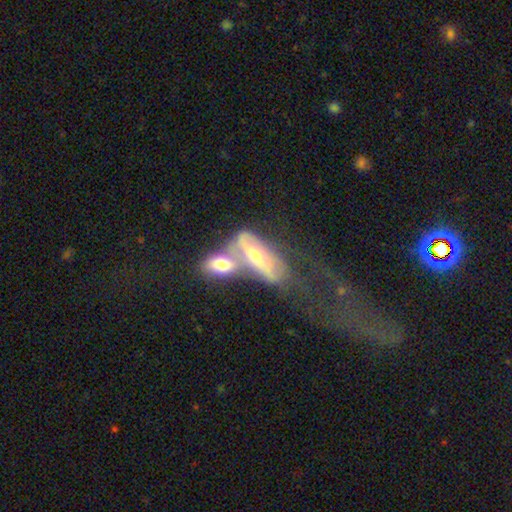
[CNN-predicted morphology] Smooth or featured?
  - featured or disk: 53% *
  - smooth: 39%
  - star or artifact: 8%
Edge-on disk?
  - no: 74% *
  - yes: 26%
Merging?
  - merger: 63% *
  - none: 16%
  - major disturbance: 12%
  - minor disturbance: 10%